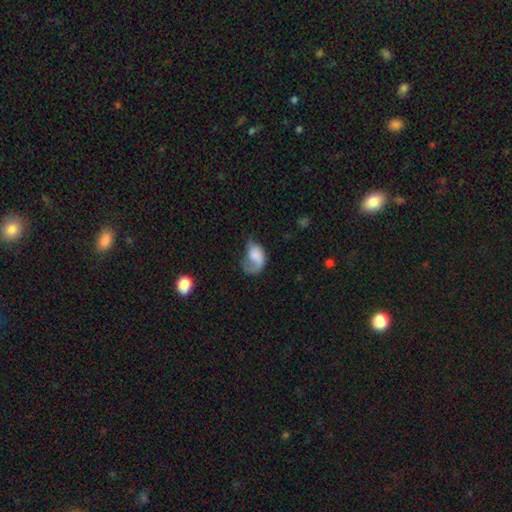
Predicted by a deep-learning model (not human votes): Smooth or featured?
  - smooth: 52% *
  - featured or disk: 40%
  - star or artifact: 8%
How rounded?
  - in between: 77% *
  - round: 21%
  - cigar-shaped: 2%
Merging?
  - major disturbance: 46% *
  - minor disturbance: 25%
  - none: 25%
  - merger: 3%